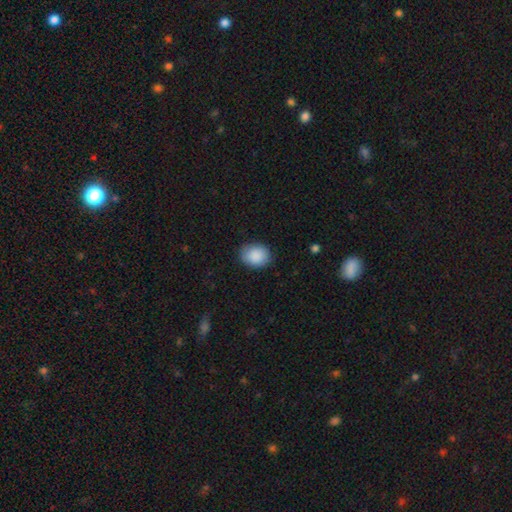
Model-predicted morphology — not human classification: type=smooth (89%); roundness=round (52%); merging=none (84%).